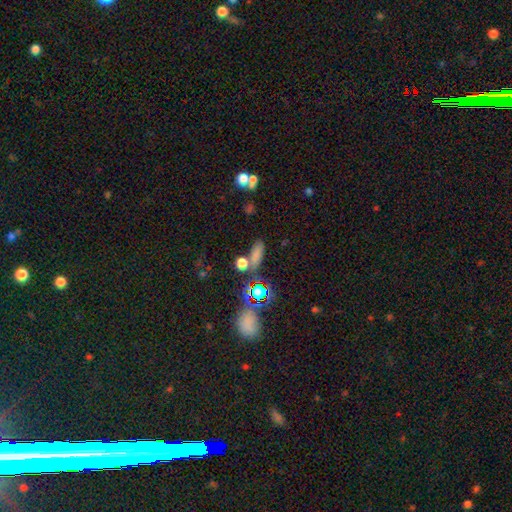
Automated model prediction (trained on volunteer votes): smooth_or_featured: smooth (p=0.70) [alt: star or artifact p=0.22]
how_rounded: in between (p=0.56) [alt: cigar-shaped p=0.30]
merging: none (p=0.68) [alt: merger p=0.15]